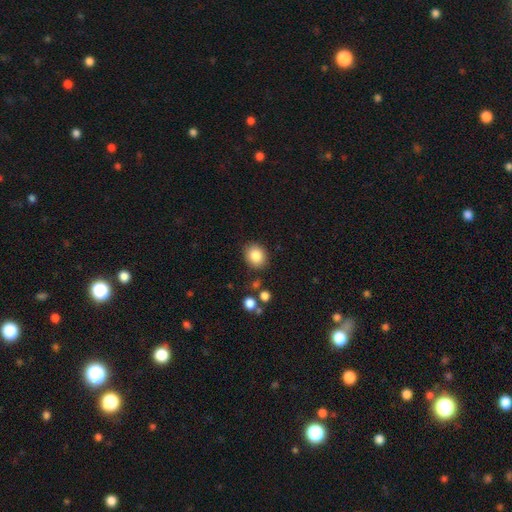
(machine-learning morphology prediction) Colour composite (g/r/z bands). It shows a smooth galaxy with no disk features (85%) that is round (60%). Merging: none (84%).